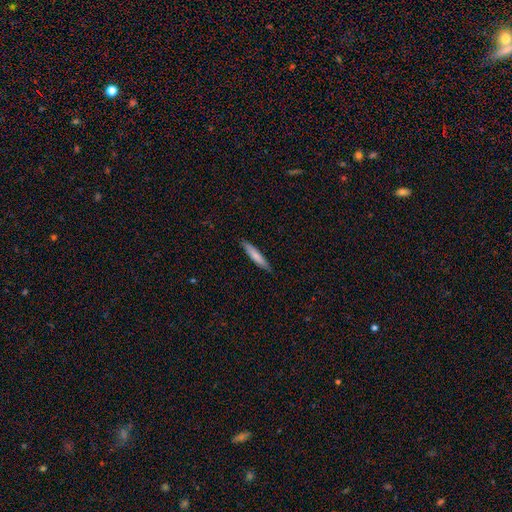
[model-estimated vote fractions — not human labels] Smooth or featured: smooth — 75% (featured or disk — 19%)
How rounded: cigar-shaped — 89% (in between — 9%)
Merging: none — 88% (minor disturbance — 9%)